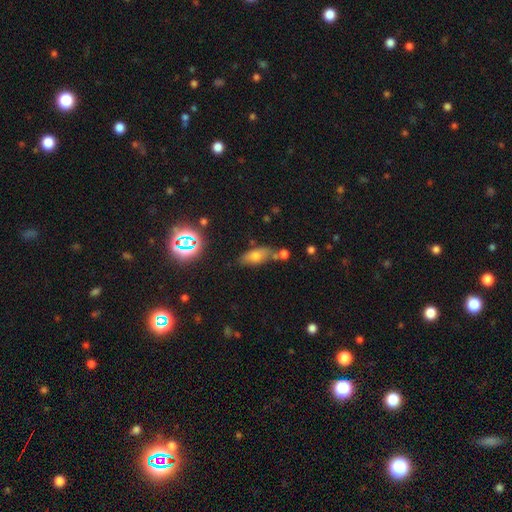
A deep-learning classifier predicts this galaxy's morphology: Overall: smooth (65%). How rounded: in between (79%). Merging: none (61%).